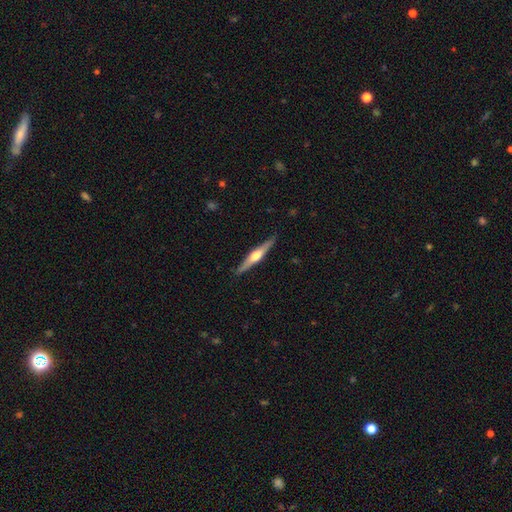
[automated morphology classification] Smooth or featured? featured or disk (70%)
Edge-on disk? yes (97%)
Edge-on bulge? rounded (91%)
Merging? none (89%)